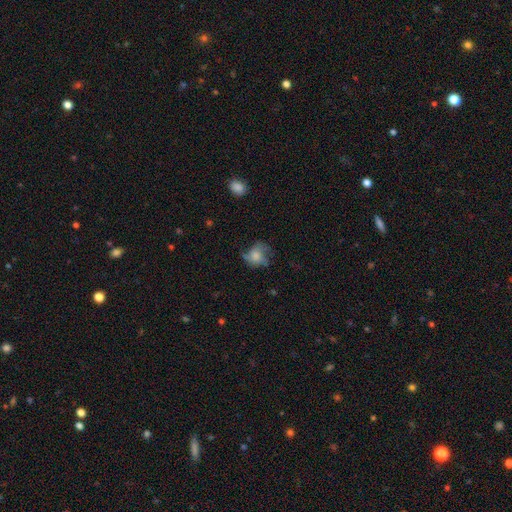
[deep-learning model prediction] Smooth or featured? featured or disk (46%)
Merging? none (49%)